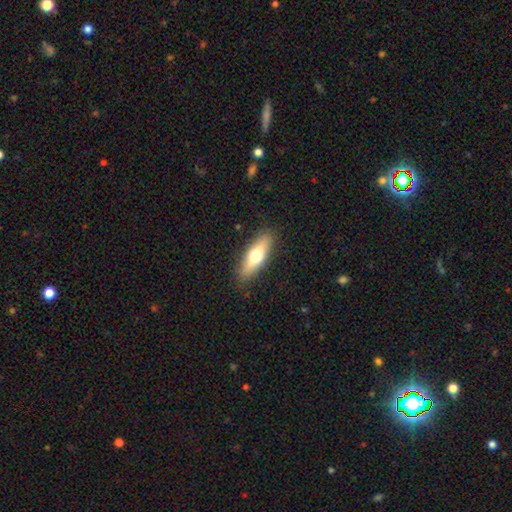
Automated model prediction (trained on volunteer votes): Smooth or featured? smooth (58%)
How rounded? cigar-shaped (51%)
Merging? none (88%)